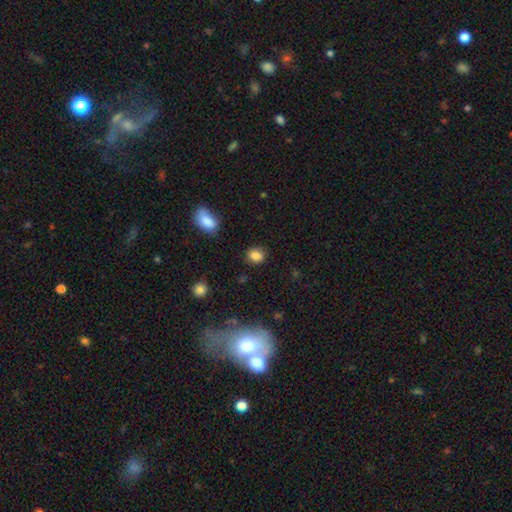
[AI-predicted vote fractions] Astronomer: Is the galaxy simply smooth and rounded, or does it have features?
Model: smooth — 84%.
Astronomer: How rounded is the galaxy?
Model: round — 49%, tied with in between at 49%.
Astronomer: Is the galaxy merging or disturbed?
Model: none — 80%.